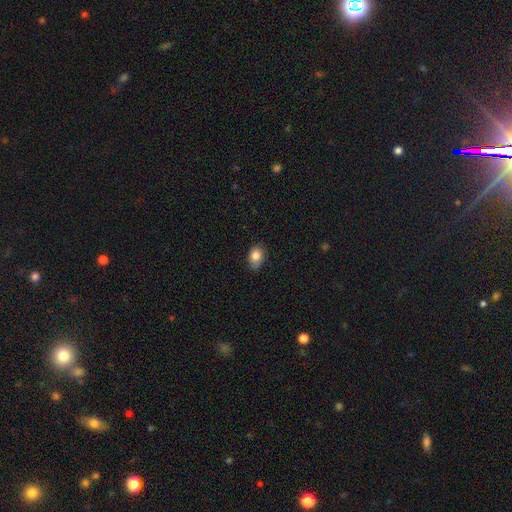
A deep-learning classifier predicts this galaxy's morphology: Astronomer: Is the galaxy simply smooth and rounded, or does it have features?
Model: smooth — 82%.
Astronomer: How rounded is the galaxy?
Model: in between — 73%.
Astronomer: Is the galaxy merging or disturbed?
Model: none — 69%.